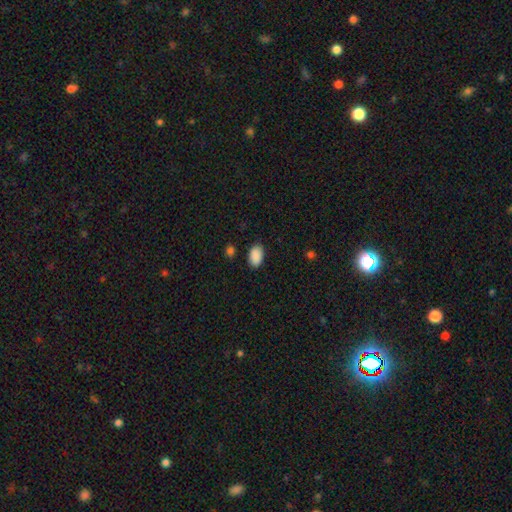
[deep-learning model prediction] This is clearly a smooth galaxy (90%). How rounded: clearly in between (91%). Merging: clearly none (85%).